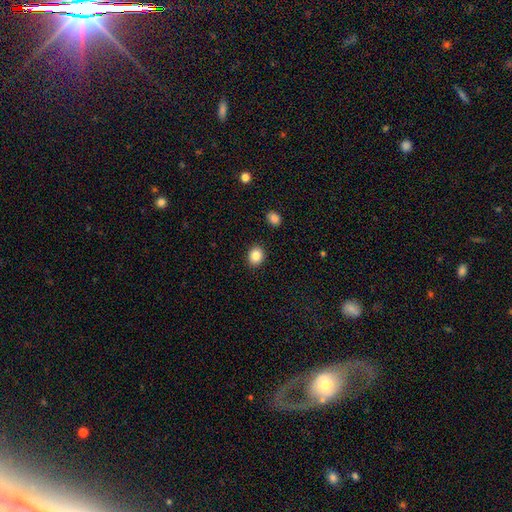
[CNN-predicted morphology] Smooth or featured? smooth (85%)
How rounded? round (64%)
Merging? none (91%)